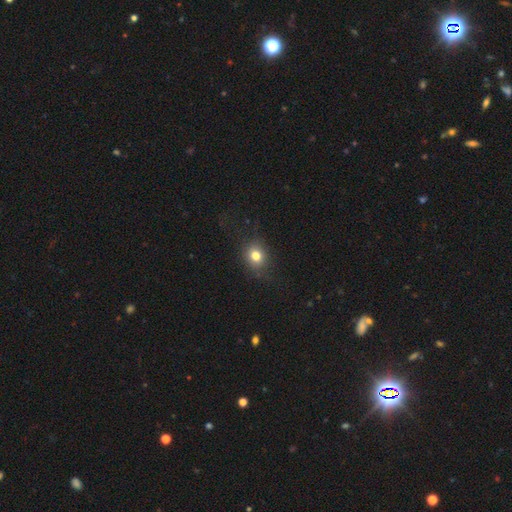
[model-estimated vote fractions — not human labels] Smooth or featured? smooth (76%)
How rounded? round (72%)
Merging? none (78%)